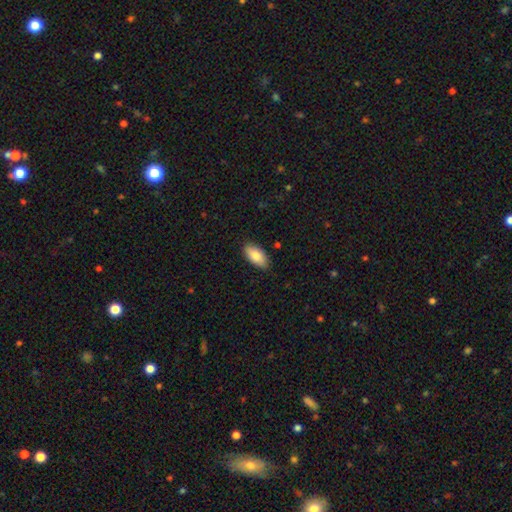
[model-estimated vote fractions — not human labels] smooth 85%, featured or disk 9%, star or artifact 6%. Down the decision tree: how rounded — in between (91%); merging — none (86%).